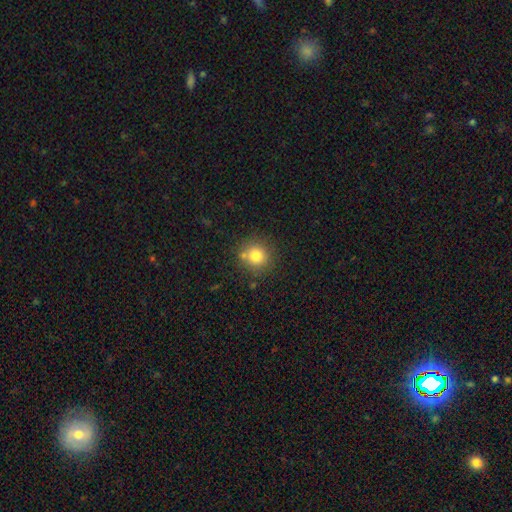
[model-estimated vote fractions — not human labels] A smooth galaxy with no disk features (79%) that is round (91%).

Vote fractions:
- Smooth or featured? smooth: 79% / star or artifact: 12% / featured or disk: 8%
- How rounded? round: 91% / in between: 8% / cigar-shaped: 1%
- Merging? none: 78% / minor disturbance: 10% / merger: 9% / major disturbance: 3%